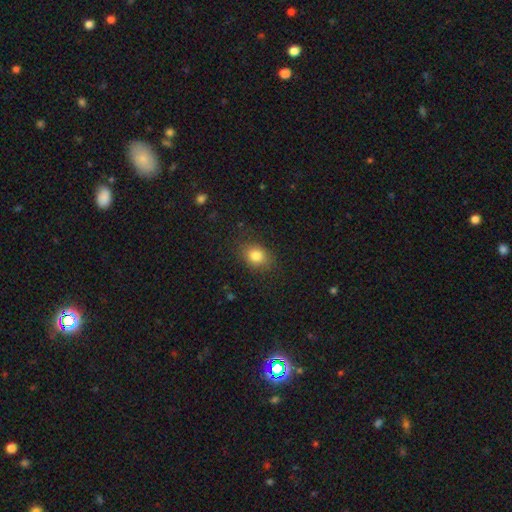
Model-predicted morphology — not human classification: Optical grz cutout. It shows a smooth galaxy with no disk features (83%) that is in between round and cigar-shaped (60%). Merging: none (83%).